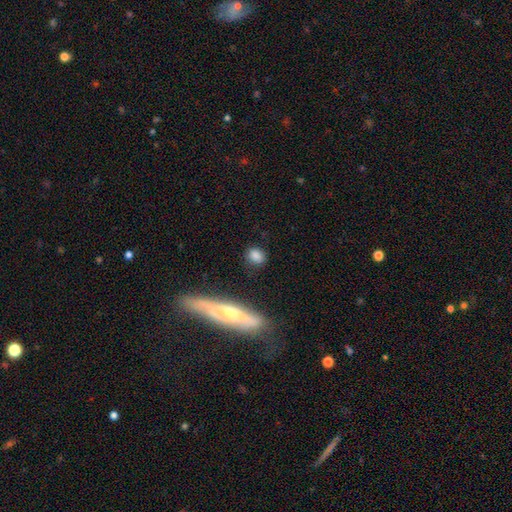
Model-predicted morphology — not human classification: This is clearly a smooth galaxy (82%). How rounded: possibly round (57%). Merging: clearly none (83%).